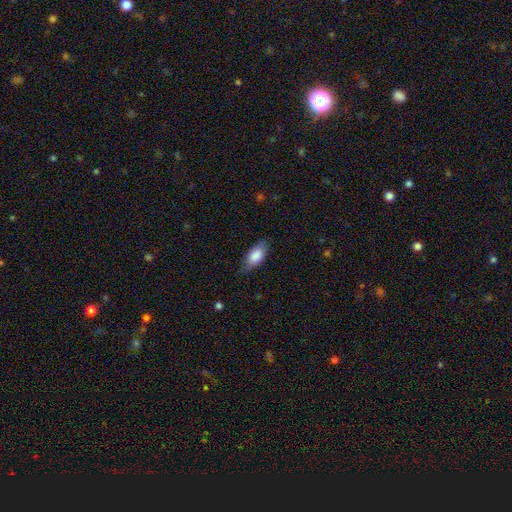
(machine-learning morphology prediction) Smooth or featured? smooth (82%)
How rounded? in between (87%)
Merging? none (75%)